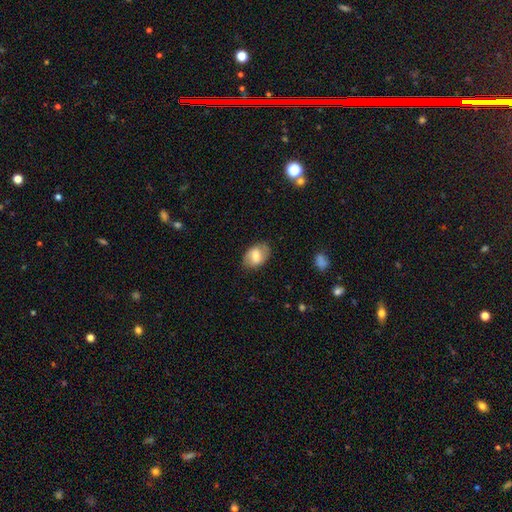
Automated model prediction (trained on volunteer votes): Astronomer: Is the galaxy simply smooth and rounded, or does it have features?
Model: smooth — 60%.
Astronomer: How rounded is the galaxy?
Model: in between — 85%.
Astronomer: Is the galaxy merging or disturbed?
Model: none — 79%.